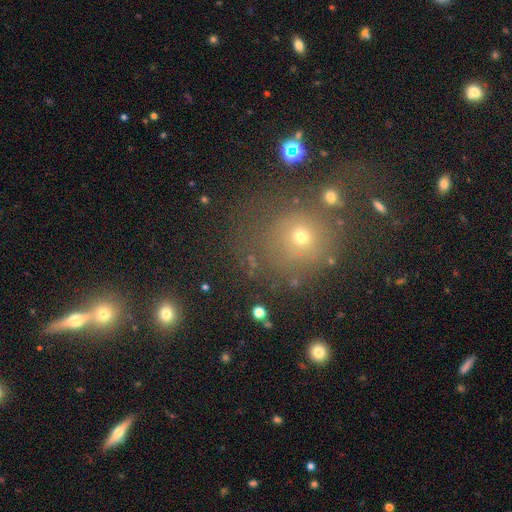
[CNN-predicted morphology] A smooth galaxy with no disk features (55%) that is round (86%).

Vote fractions:
- Smooth or featured? smooth: 55% / star or artifact: 32% / featured or disk: 13%
- How rounded? round: 86% / in between: 13% / cigar-shaped: 1%
- Merging? none: 73% / minor disturbance: 12% / major disturbance: 8% / merger: 8%